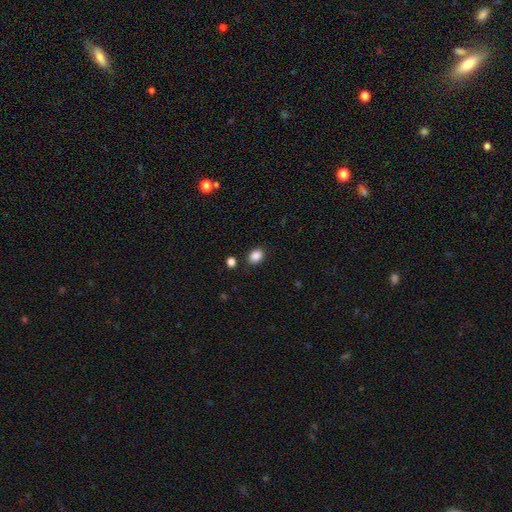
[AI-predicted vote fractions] The model was most divided on "how rounded": in between: 62%, round: 37%, cigar-shaped: 1%. More confident: smooth or featured — smooth (87%); merging — none (84%).